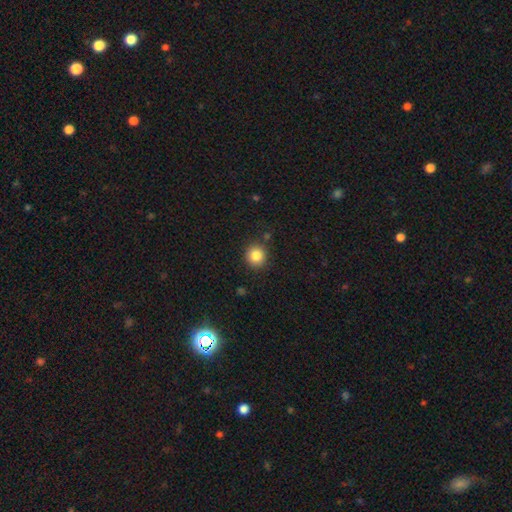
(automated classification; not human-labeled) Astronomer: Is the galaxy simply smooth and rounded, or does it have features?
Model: smooth — 83%.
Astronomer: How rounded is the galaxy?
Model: round — 91%.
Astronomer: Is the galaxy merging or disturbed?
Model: none — 88%.